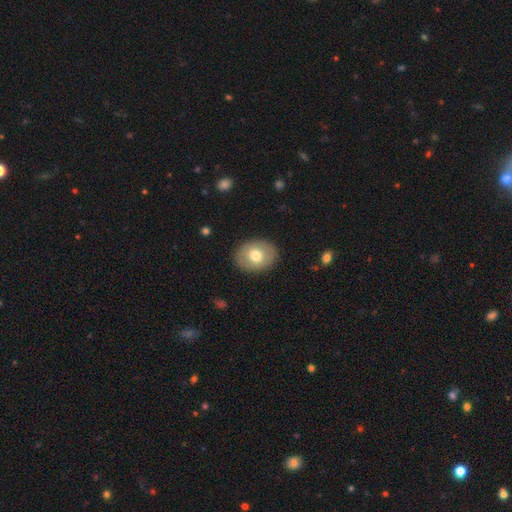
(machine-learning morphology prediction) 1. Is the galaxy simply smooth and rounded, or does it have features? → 68% smooth, 25% featured or disk, 7% star or artifact.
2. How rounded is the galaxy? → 55% in between, 44% round, 1% cigar-shaped.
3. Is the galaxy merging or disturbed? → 87% none, 9% minor disturbance, 3% major disturbance, 1% merger.